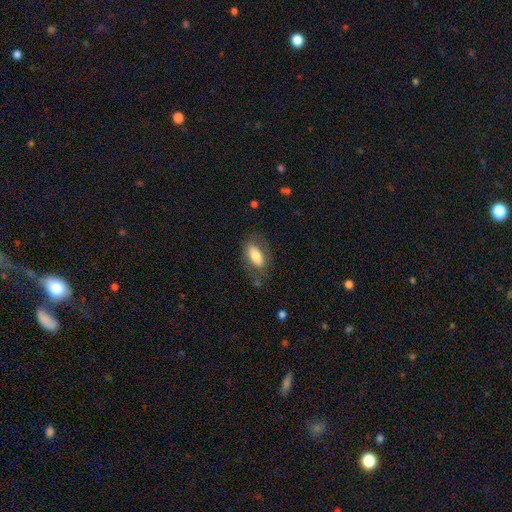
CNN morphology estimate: Overall: smooth (70%). How rounded: in between (88%). Merging: none (67%).